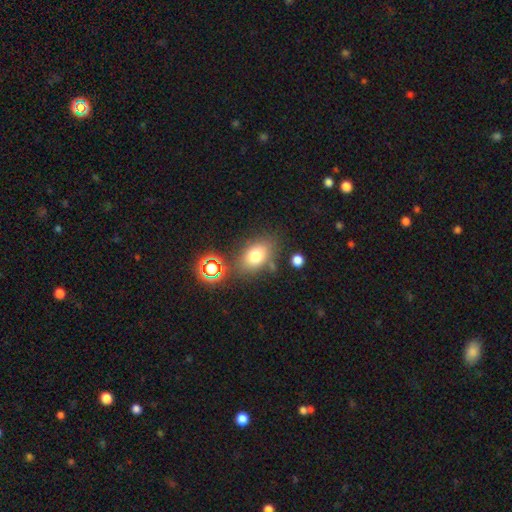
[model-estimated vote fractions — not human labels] This appears to be a smooth galaxy with no disk features (75%) that is in between round and cigar-shaped (76%). Merging: none (73%).